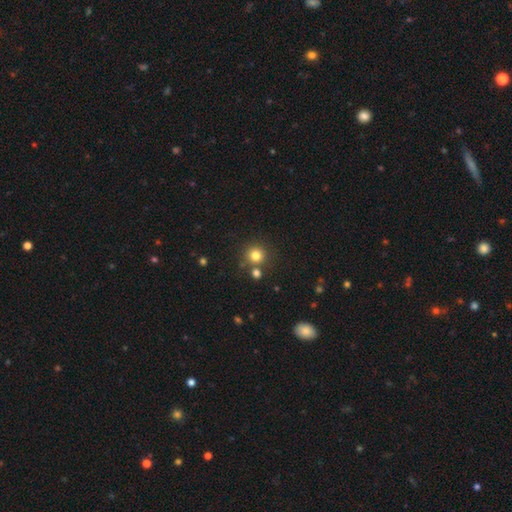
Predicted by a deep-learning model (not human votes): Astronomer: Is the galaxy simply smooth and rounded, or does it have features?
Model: smooth — 79%.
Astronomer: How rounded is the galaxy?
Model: round — 93%.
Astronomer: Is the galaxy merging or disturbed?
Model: none — 76%.